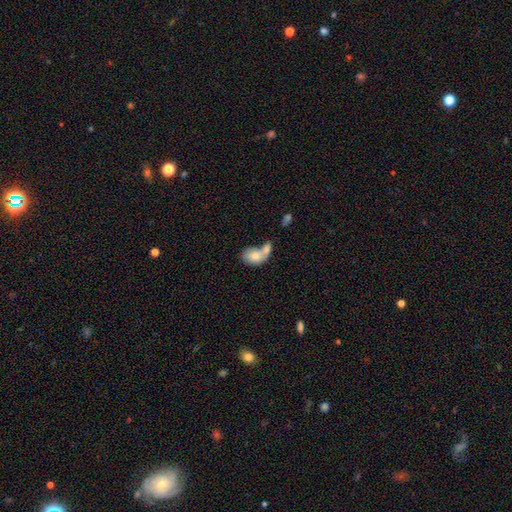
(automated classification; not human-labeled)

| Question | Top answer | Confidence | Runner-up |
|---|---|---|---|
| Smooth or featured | smooth | 75% | featured or disk (19%) |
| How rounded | in between | 78% | round (20%) |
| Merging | merger | 61% | none (21%) |